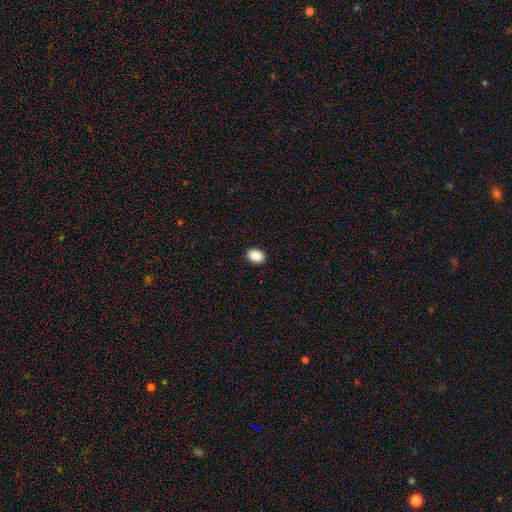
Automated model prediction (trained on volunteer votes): A smooth galaxy with no disk features (90%) that is in between round and cigar-shaped (76%).

Vote fractions:
- Smooth or featured? smooth: 90% / star or artifact: 8% / featured or disk: 2%
- How rounded? in between: 76% / round: 23% / cigar-shaped: 1%
- Merging? none: 90% / minor disturbance: 7% / major disturbance: 2% / merger: 1%